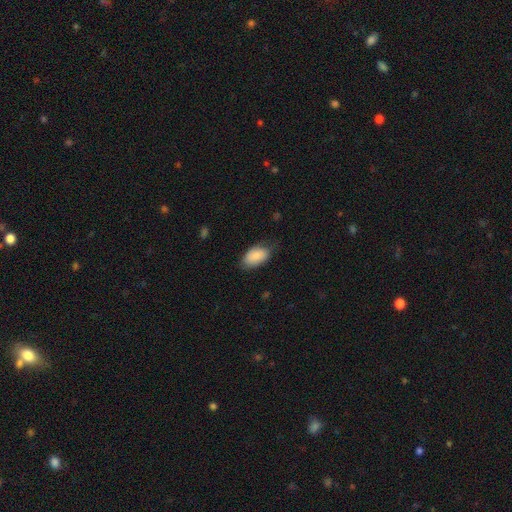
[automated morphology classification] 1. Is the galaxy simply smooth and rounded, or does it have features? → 86% smooth, 8% featured or disk, 6% star or artifact.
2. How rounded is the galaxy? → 93% in between, 5% round, 2% cigar-shaped.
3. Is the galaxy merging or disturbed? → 65% none, 27% minor disturbance, 6% major disturbance, 1% merger.